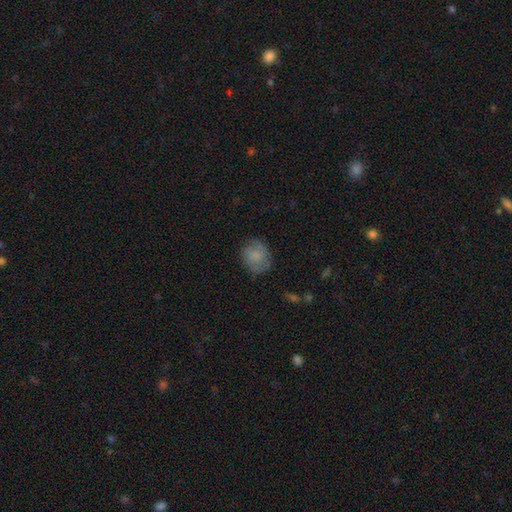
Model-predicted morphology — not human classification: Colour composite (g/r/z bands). It shows a smooth galaxy with no disk features (66%) that is round (65%). Merging: none (71%).